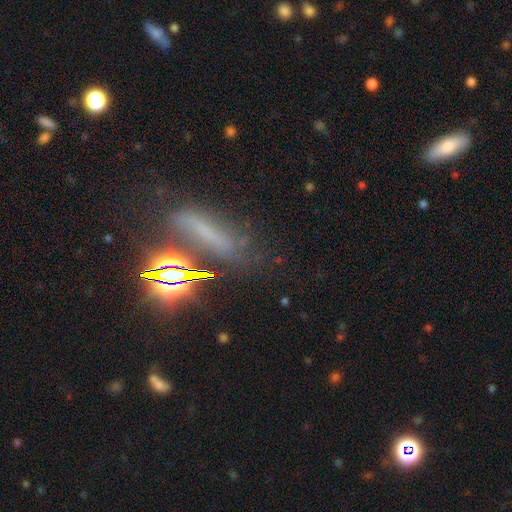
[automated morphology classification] Smooth or featured: star or artifact — 45% (smooth — 31%)